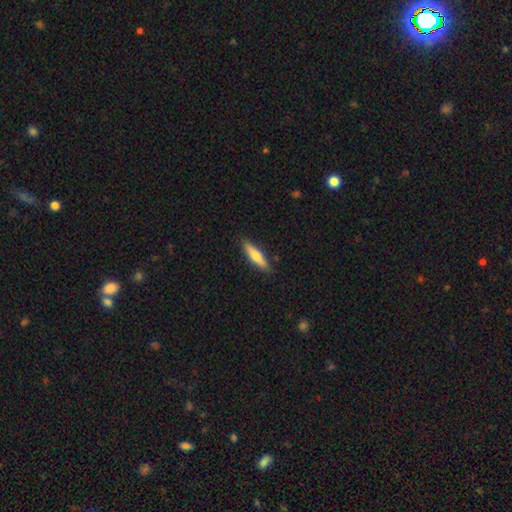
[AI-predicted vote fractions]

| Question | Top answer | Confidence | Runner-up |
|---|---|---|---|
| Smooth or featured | smooth | 69% | featured or disk (25%) |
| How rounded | cigar-shaped | 77% | in between (22%) |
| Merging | none | 88% | minor disturbance (9%) |